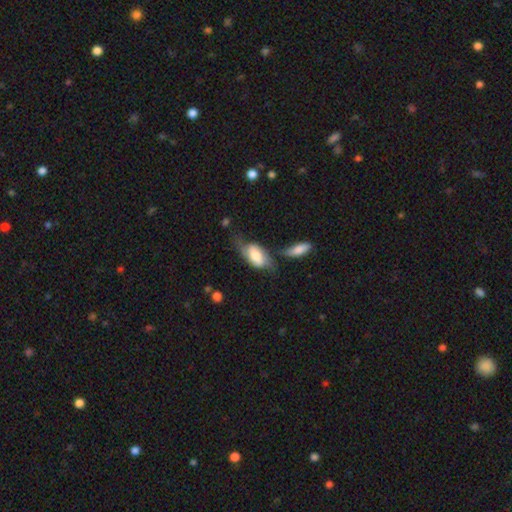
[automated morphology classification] A smooth galaxy with no disk features (51%) that is in between round and cigar-shaped (90%). Merging: none (37%).